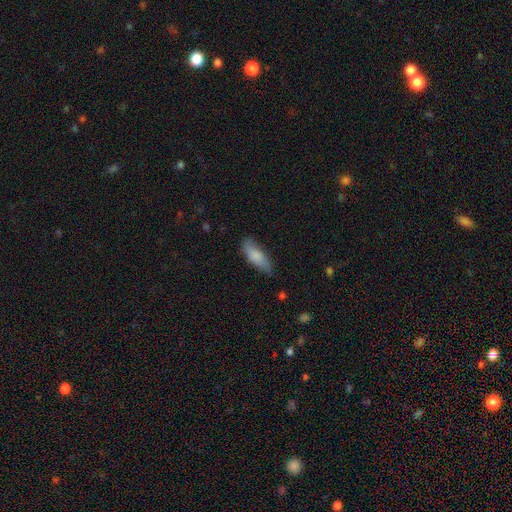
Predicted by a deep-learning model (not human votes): Smooth or featured: smooth — 81% (featured or disk — 13%)
How rounded: in between — 65% (cigar-shaped — 33%)
Merging: none — 73% (minor disturbance — 21%)